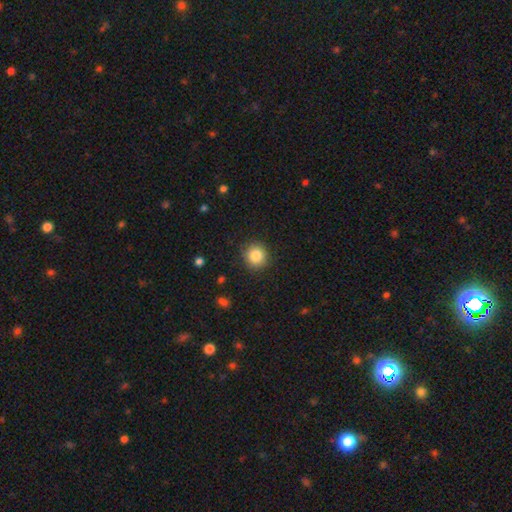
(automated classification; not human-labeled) The model was most divided on "smooth or featured": smooth: 85%, star or artifact: 9%, featured or disk: 6%. More confident: how rounded — round (91%); merging — none (89%).